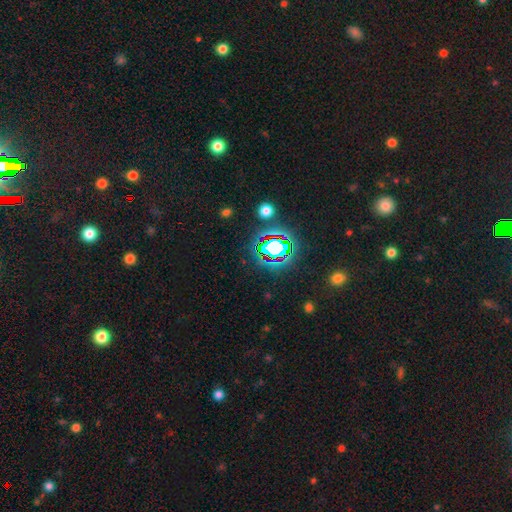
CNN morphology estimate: Smooth or featured? Predicted: star or artifact (p=0.79).